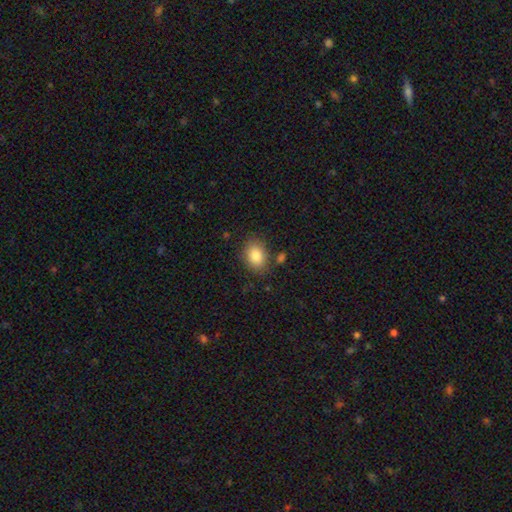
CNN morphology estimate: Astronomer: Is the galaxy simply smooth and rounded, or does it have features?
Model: smooth — 85%.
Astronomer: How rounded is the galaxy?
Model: in between — 70%.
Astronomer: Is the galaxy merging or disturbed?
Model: none — 79%.